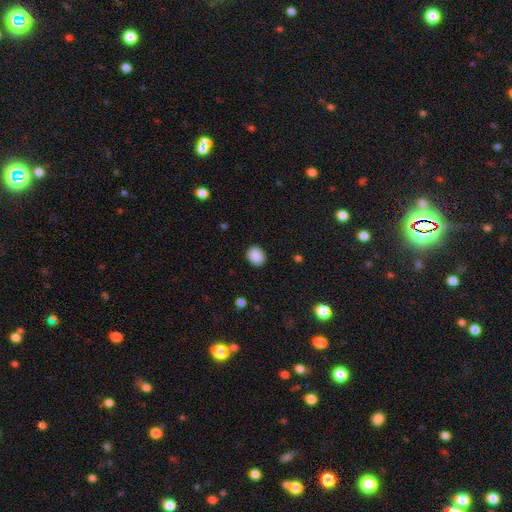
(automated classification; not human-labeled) Q: Smooth or featured?
A: smooth (89%); runner-up: star or artifact (8%)
Q: How rounded?
A: round (62%); runner-up: in between (37%)
Q: Merging?
A: none (89%); runner-up: minor disturbance (8%)